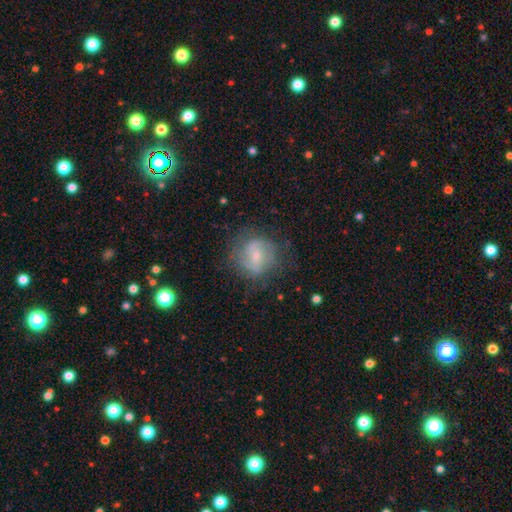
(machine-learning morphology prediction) Smooth or featured? featured or disk (62%)
Edge-on disk? no (97%)
Bar? weak (51%)
Spiral arms? yes (78%)
Bulge size? small (55%)
Merging? none (67%)